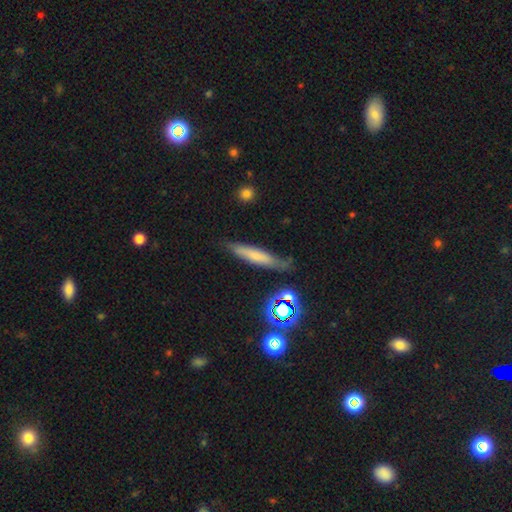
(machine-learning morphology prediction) smooth 62%, featured or disk 27%, star or artifact 11%. Down the decision tree: how rounded — cigar-shaped (87%); merging — none (74%).